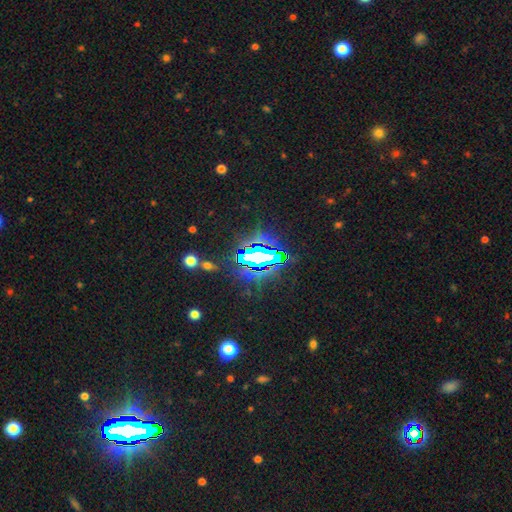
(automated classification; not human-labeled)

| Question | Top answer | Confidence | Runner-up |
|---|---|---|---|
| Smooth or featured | star or artifact | 76% | smooth (13%) |